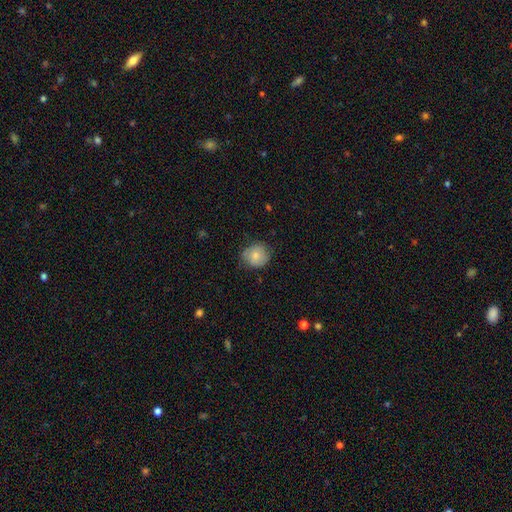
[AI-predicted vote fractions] The model was most divided on "merging": none: 72%, minor disturbance: 22%, major disturbance: 4%, merger: 1%. More confident: how rounded — round (82%); smooth or featured — smooth (78%).